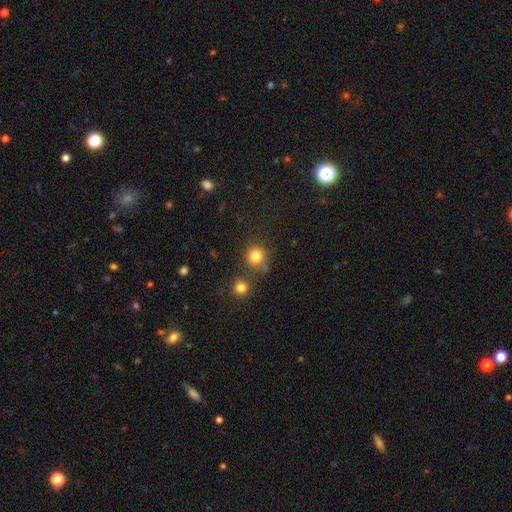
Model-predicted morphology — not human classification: Overall: smooth (81%). How rounded: round (91%). Merging: none (71%).